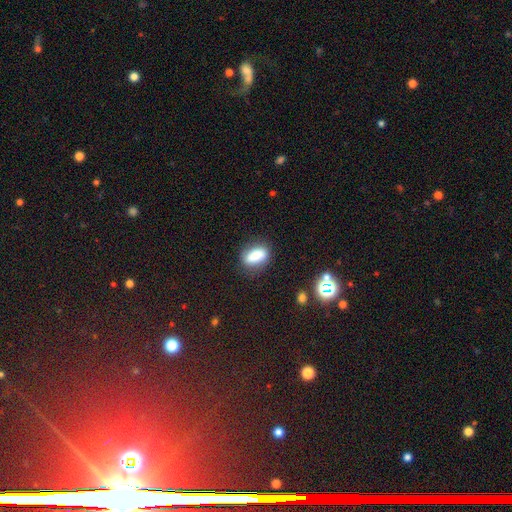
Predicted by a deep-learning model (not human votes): Smooth or featured?
  - smooth: 79% *
  - featured or disk: 12%
  - star or artifact: 9%
How rounded?
  - in between: 81% *
  - round: 9%
  - cigar-shaped: 9%
Merging?
  - none: 76% *
  - minor disturbance: 16%
  - major disturbance: 5%
  - merger: 2%